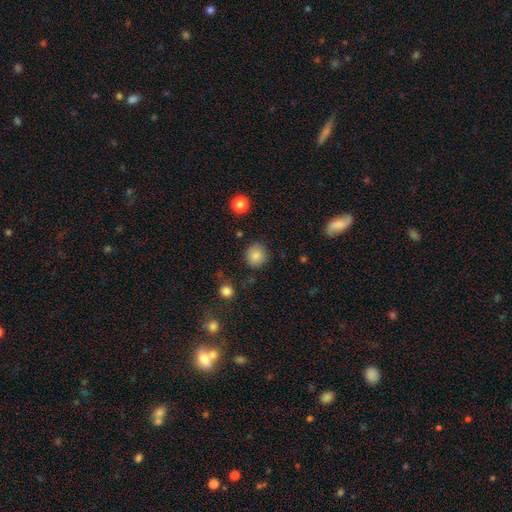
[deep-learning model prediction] This appears to be a smooth galaxy with no disk features (86%) that is round (91%). Merging: none (87%).